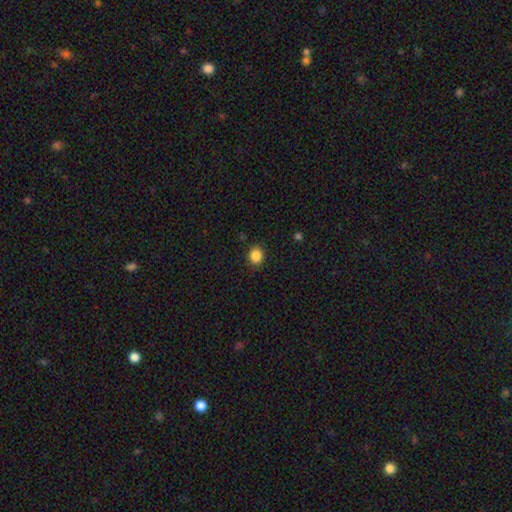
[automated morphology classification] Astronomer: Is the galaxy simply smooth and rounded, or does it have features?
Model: smooth — 86%.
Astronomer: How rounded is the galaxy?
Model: round — 72%.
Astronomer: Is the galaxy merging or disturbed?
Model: none — 89%.